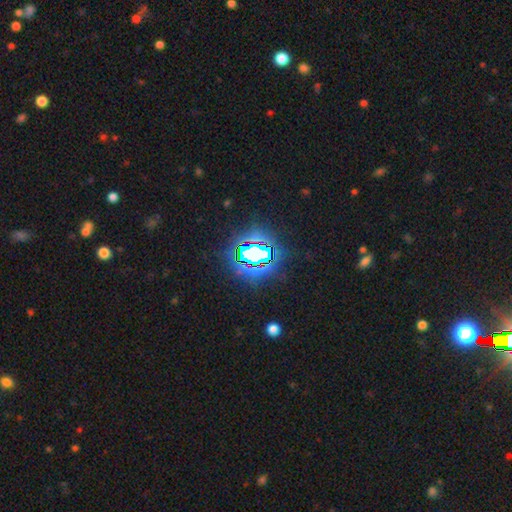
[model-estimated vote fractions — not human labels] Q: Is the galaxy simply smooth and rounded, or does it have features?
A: star or artifact — 74%.